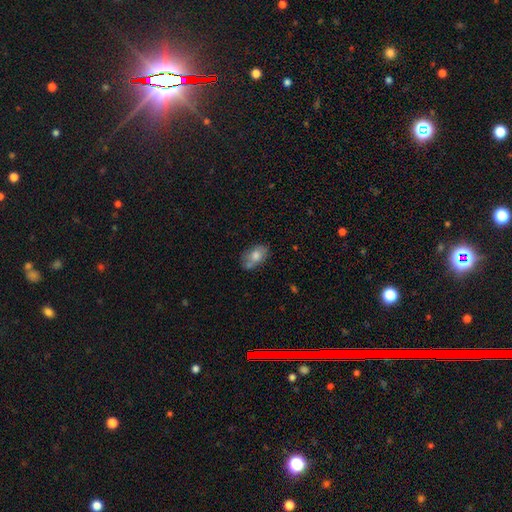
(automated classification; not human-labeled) This appears to be a smooth galaxy with no disk features (68%) that is in between round and cigar-shaped (85%). Merging: none (57%).